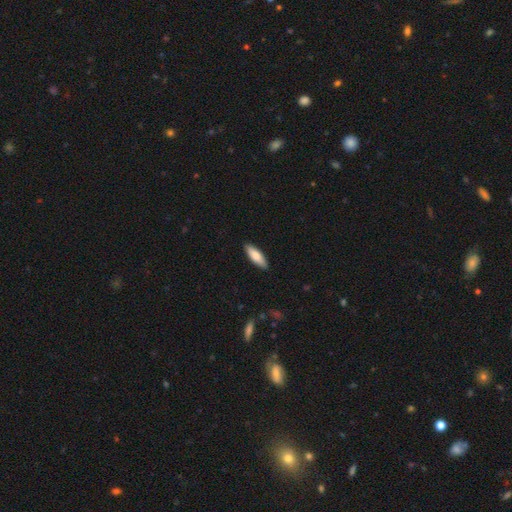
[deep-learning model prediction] The model was most divided on "how rounded": in between: 56%, cigar-shaped: 43%, round: 2%. More confident: merging — none (89%); smooth or featured — smooth (82%).